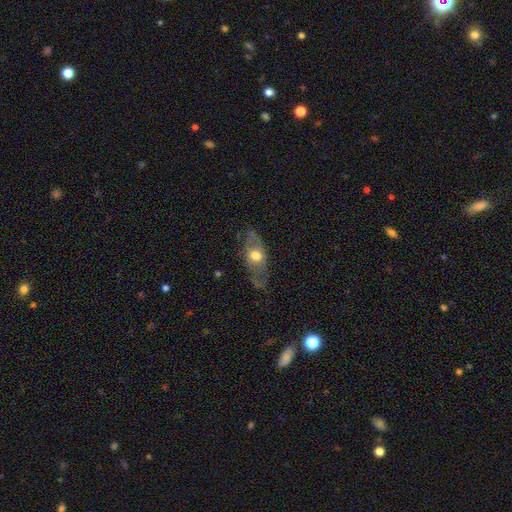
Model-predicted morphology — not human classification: The model was most divided on "smooth or featured": featured or disk: 51%, smooth: 42%, star or artifact: 7%. More confident: edge-on disk — no (66%); merging — none (66%).